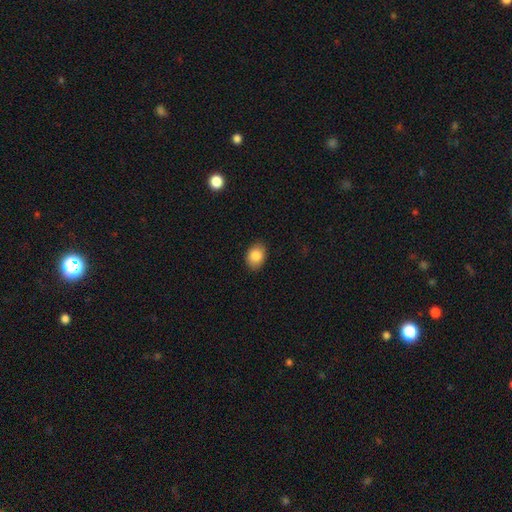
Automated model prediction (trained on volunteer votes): Morphology: type=smooth (86%); roundness=in between (69%); merging=none (87%).